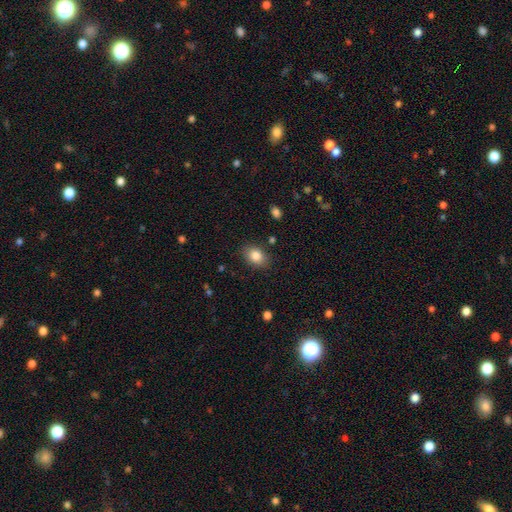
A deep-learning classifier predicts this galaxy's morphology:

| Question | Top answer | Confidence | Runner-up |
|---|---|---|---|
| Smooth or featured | smooth | 84% | star or artifact (9%) |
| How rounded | in between | 71% | round (27%) |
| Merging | none | 85% | minor disturbance (10%) |